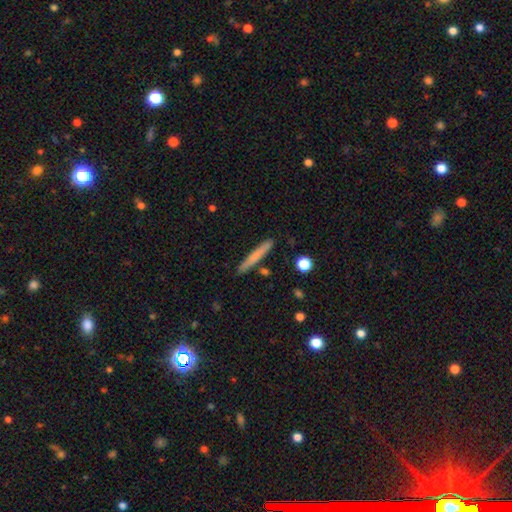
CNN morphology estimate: A smooth galaxy with no disk features (69%) that is cigar-shaped (96%). Merging: none (87%).